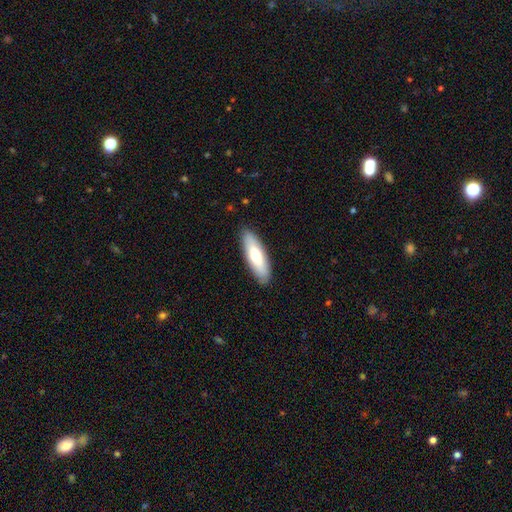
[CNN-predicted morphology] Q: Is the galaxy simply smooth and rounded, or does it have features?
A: smooth — 69%.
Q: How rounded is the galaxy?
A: in between — 51%.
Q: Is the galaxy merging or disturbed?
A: none — 88%.